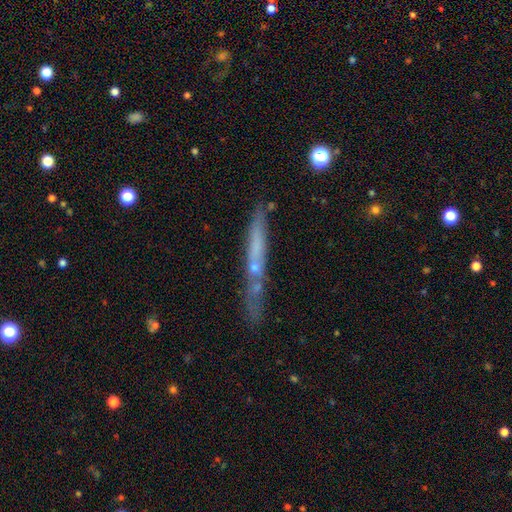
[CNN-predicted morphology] Smooth or featured? Predicted: featured or disk (p=0.48). Merging? Predicted: none (p=0.74).